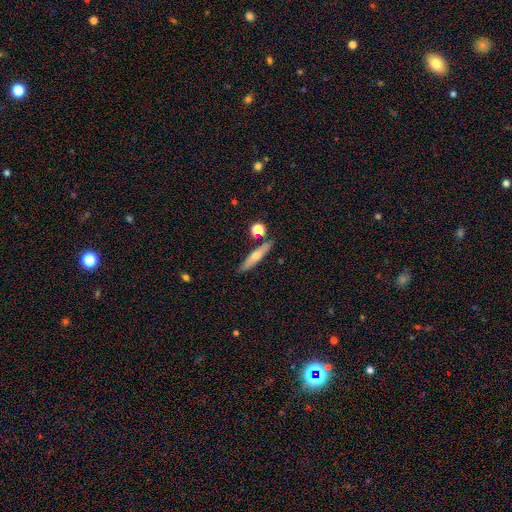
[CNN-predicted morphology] A smooth galaxy with no disk features (52%) that is cigar-shaped (81%).

Vote fractions:
- Smooth or featured? smooth: 52% / featured or disk: 41% / star or artifact: 7%
- How rounded? cigar-shaped: 81% / in between: 15% / round: 3%
- Merging? none: 80% / minor disturbance: 10% / merger: 7% / major disturbance: 2%